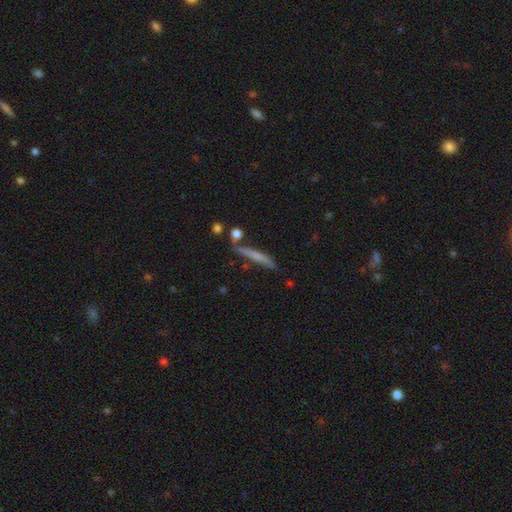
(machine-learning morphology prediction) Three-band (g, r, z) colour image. It shows a smooth galaxy with no disk features (55%) that is cigar-shaped (93%). Merging: none (73%).